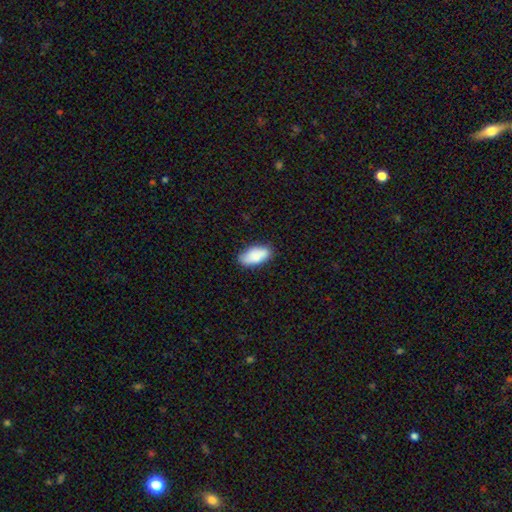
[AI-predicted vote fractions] smooth-or-featured: smooth: 86% | featured or disk: 8% | star or artifact: 6%
  how-rounded: in between: 91% | cigar-shaped: 7% | round: 3%
  merging: none: 80% | minor disturbance: 16% | major disturbance: 3% | merger: 1%